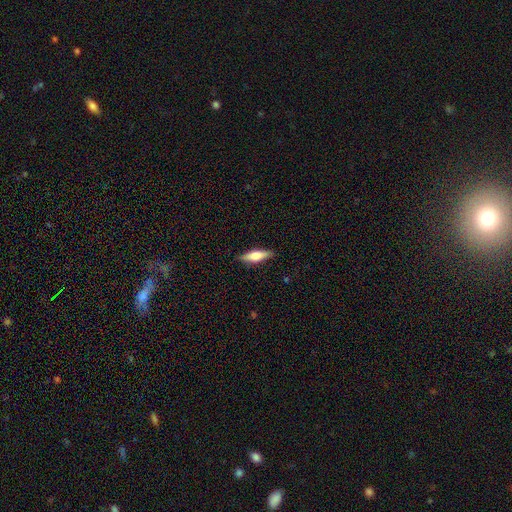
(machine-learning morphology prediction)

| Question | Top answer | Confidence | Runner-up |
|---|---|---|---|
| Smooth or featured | smooth | 56% | featured or disk (38%) |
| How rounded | cigar-shaped | 54% | in between (44%) |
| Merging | none | 87% | minor disturbance (10%) |